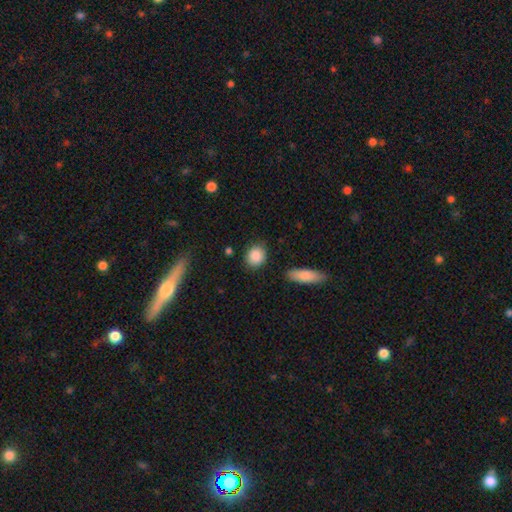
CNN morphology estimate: smooth-or-featured: smooth: 88% | star or artifact: 7% | featured or disk: 4%
  how-rounded: round: 67% | in between: 31% | cigar-shaped: 2%
  merging: none: 83% | minor disturbance: 11% | major disturbance: 3% | merger: 3%